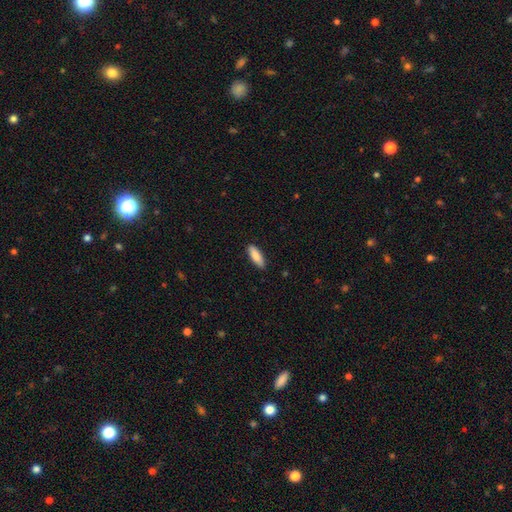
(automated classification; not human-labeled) The model was most divided on "how rounded": in between: 53%, cigar-shaped: 45%, round: 2%. More confident: merging — none (88%); smooth or featured — smooth (85%).